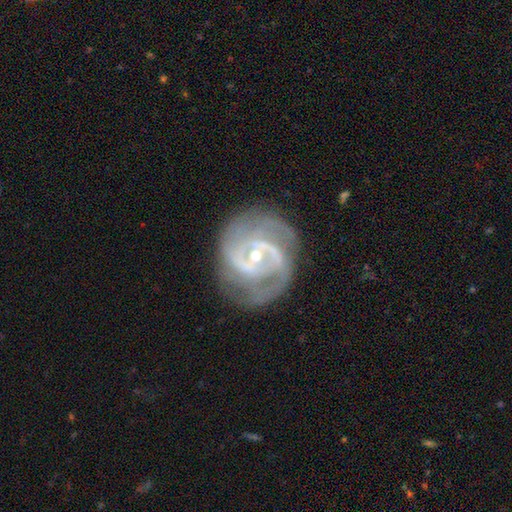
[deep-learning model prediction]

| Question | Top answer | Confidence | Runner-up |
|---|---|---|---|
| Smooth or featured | featured or disk | 89% | smooth (6%) |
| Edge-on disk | no | 97% | yes (3%) |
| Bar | weak | 44% | strong (28%) |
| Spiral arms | yes | 96% | no (4%) |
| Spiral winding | tight | 46% | medium (44%) |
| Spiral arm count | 2 | 53% | 3 (17%) |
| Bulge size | small | 60% | moderate (37%) |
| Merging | none | 68% | minor disturbance (19%) |